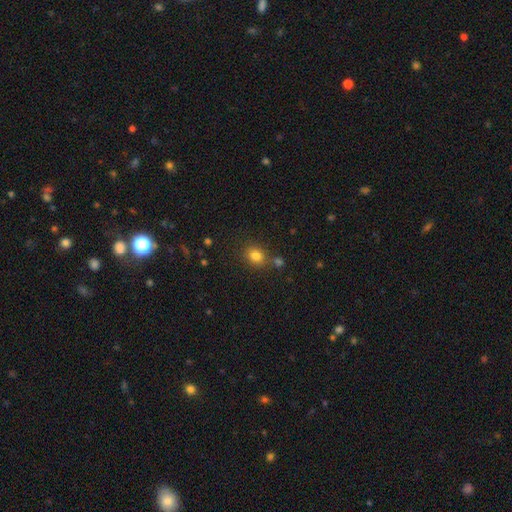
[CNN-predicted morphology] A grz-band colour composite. It shows a smooth galaxy with no disk features (80%) that is round (62%). Merging: none (74%).